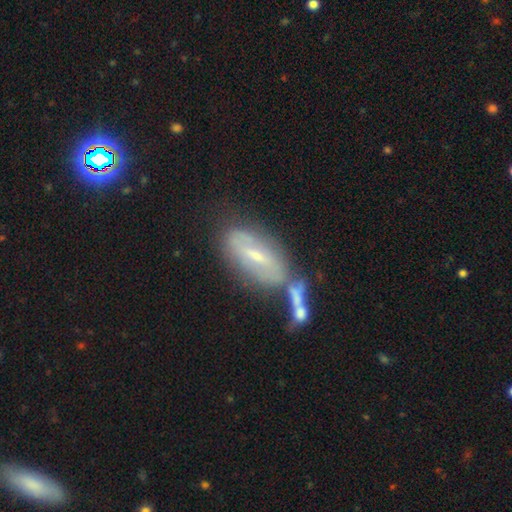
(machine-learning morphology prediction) The model was most divided on "bar" (2-way tie): strong: 41%, weak: 41%, no: 19%. Remaining: edge-on disk — no (79%); smooth or featured — featured or disk (65%); bulge size — small (56%); spiral arms — yes (52%); merging — none (41%).